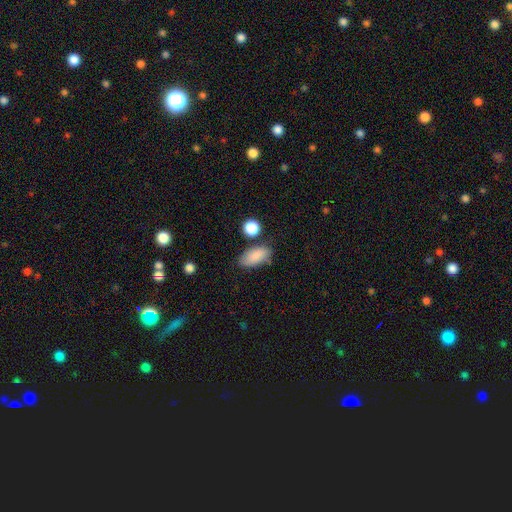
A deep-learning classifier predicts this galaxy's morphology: A smooth galaxy with no disk features (85%) that is in between round and cigar-shaped (90%). Merging: none (70%).